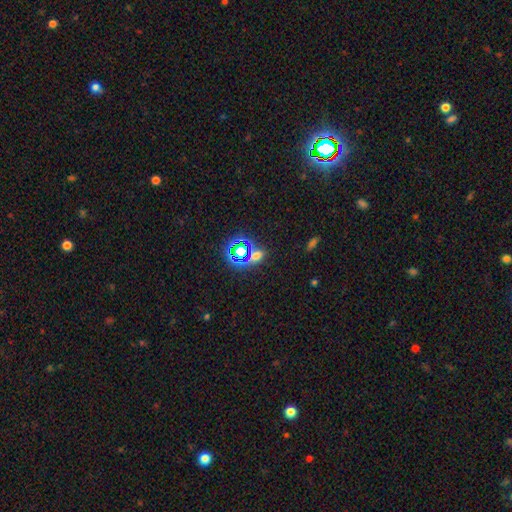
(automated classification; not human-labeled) Smooth or featured?
  - star or artifact: 53% *
  - smooth: 36%
  - featured or disk: 11%